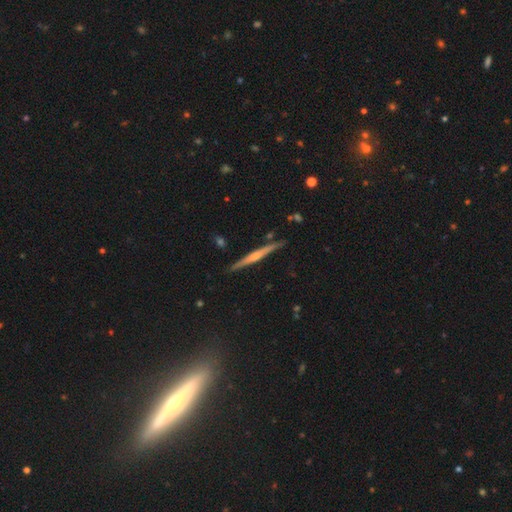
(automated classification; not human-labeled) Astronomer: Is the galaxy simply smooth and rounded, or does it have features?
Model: featured or disk — 64%.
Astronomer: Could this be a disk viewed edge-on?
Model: yes — 98%.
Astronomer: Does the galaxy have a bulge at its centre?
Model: rounded — 45% (runner-up: none, 37%).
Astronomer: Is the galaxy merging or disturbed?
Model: none — 88%.